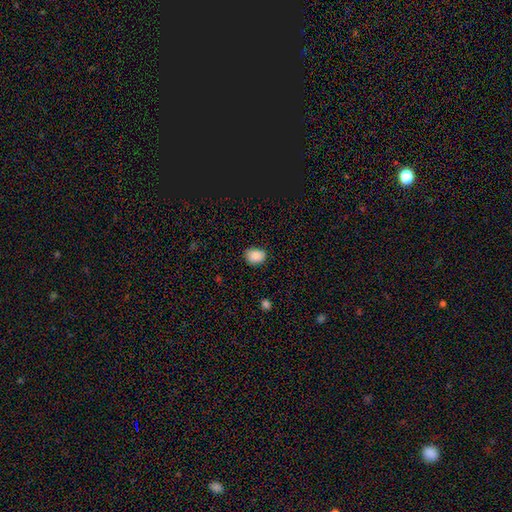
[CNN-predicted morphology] A smooth galaxy with no disk features (88%) that is in between round and cigar-shaped (55%). Merging: none (79%).